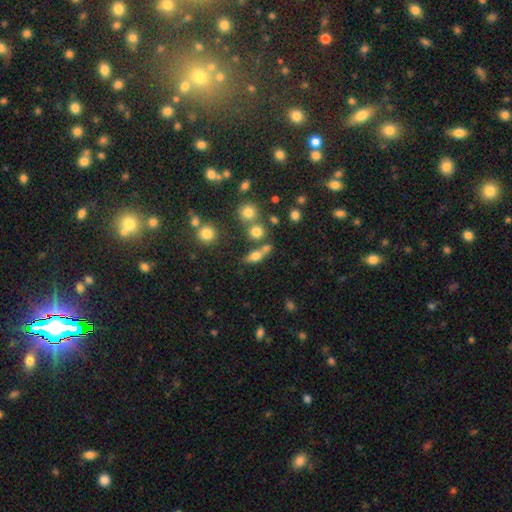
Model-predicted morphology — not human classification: This is likely a smooth galaxy (63%). How rounded: possibly in between (56%). Merging: possibly none (57%).